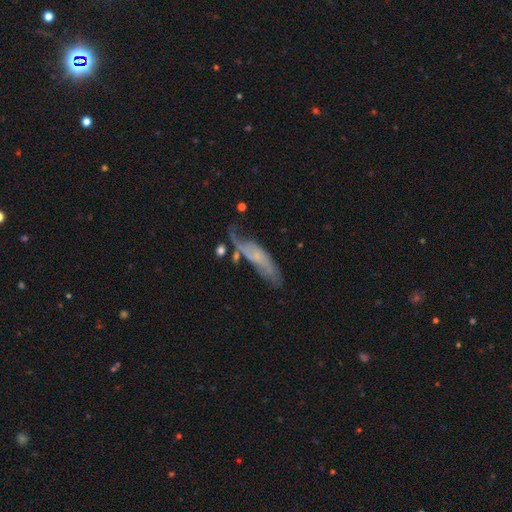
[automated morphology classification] A featured or disk galaxy (59%).

Vote fractions:
- Smooth or featured? featured or disk: 59% / smooth: 32% / star or artifact: 9%
- Edge-on disk? no: 75% / yes: 25%
- Merging? none: 38% / minor disturbance: 26% / major disturbance: 25% / merger: 11%